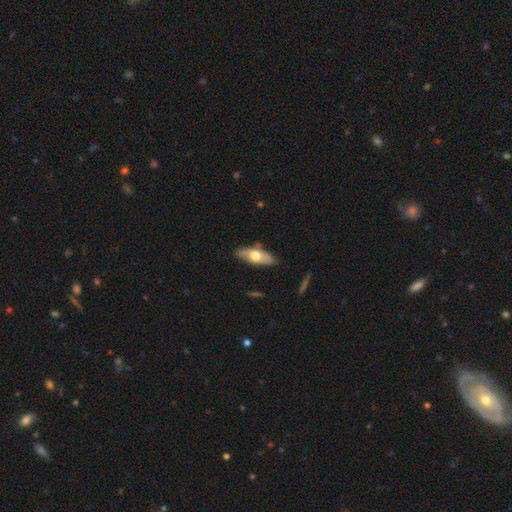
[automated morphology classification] smooth_or_featured: smooth (p=0.57) [alt: featured or disk p=0.37]
how_rounded: in between (p=0.71) [alt: cigar-shaped p=0.26]
merging: none (p=0.79) [alt: minor disturbance p=0.15]